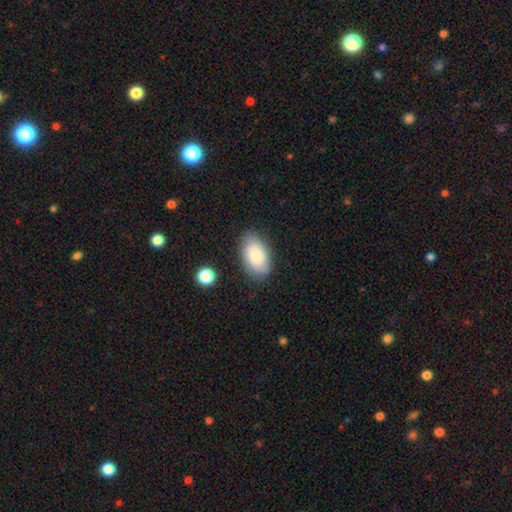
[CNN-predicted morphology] smooth-or-featured: smooth: 75% | featured or disk: 18% | star or artifact: 8%
  how-rounded: in between: 93% | round: 5% | cigar-shaped: 1%
  merging: none: 80% | minor disturbance: 14% | major disturbance: 4% | merger: 2%